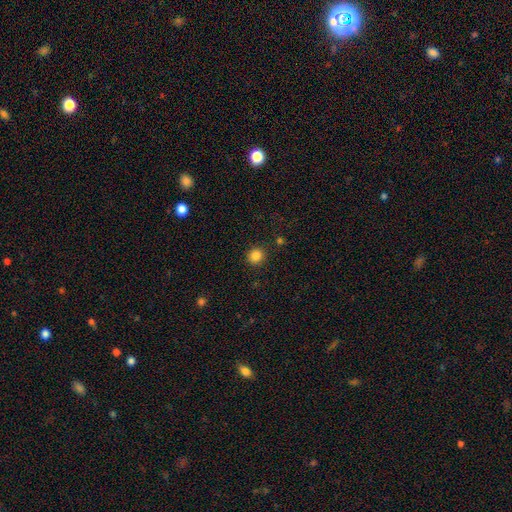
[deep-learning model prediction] Smooth or featured? Predicted: smooth (p=0.85). How rounded? Predicted: round (p=0.91). Merging? Predicted: none (p=0.90).